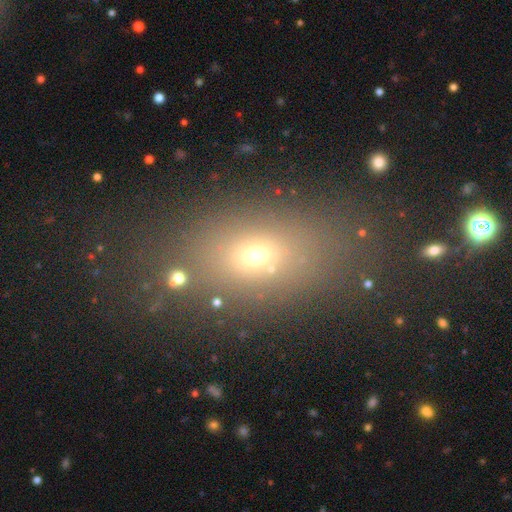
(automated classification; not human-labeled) Smooth or featured? Predicted: smooth (p=0.61). How rounded? Predicted: in between (p=0.73). Merging? Predicted: none (p=0.74).